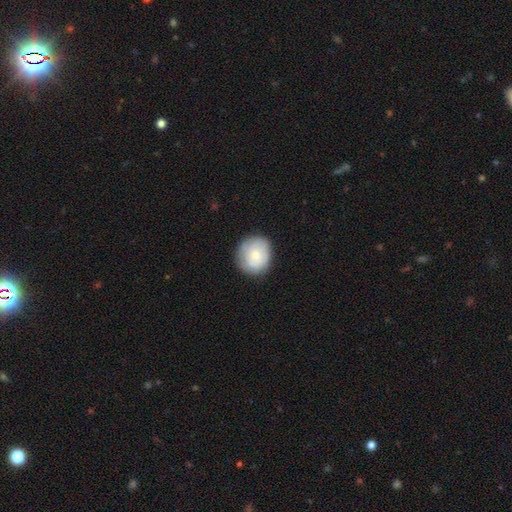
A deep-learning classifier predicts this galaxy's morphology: A smooth galaxy with no disk features (70%) that is round (78%). Merging: none (81%).